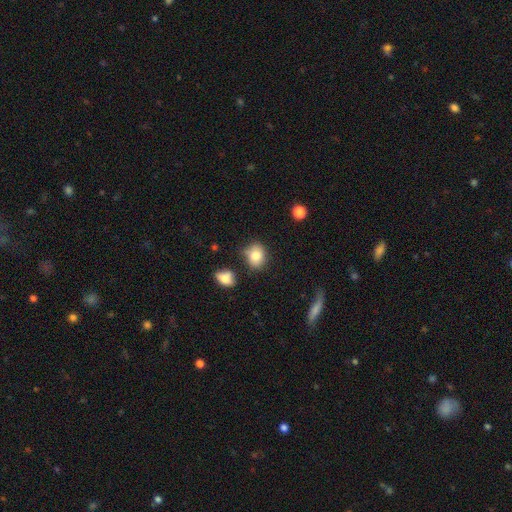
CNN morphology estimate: smooth_or_featured: smooth (p=0.80) [alt: star or artifact p=0.10]
how_rounded: round (p=0.62) [alt: in between p=0.36]
merging: none (p=0.68) [alt: minor disturbance p=0.20]